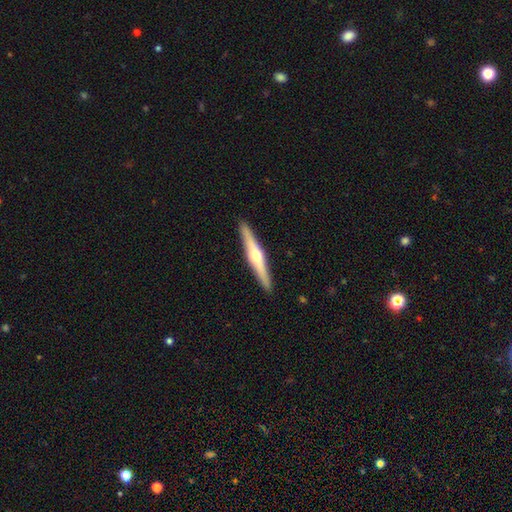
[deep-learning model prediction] Smooth or featured? featured or disk (69%)
Edge-on disk? yes (98%)
Edge-on bulge? rounded (91%)
Merging? none (92%)